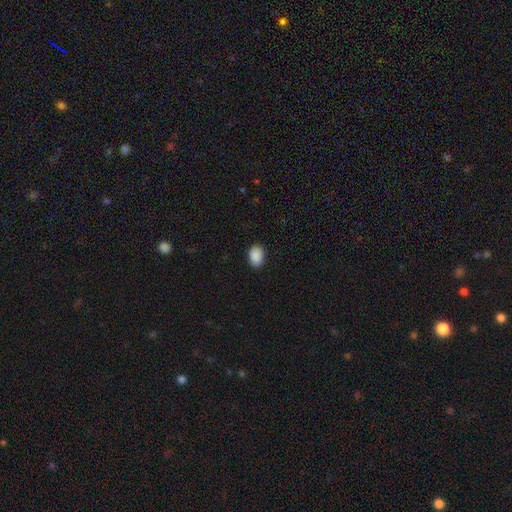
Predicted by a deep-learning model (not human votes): Overall: smooth (90%). How rounded: in between (80%). Merging: none (88%).